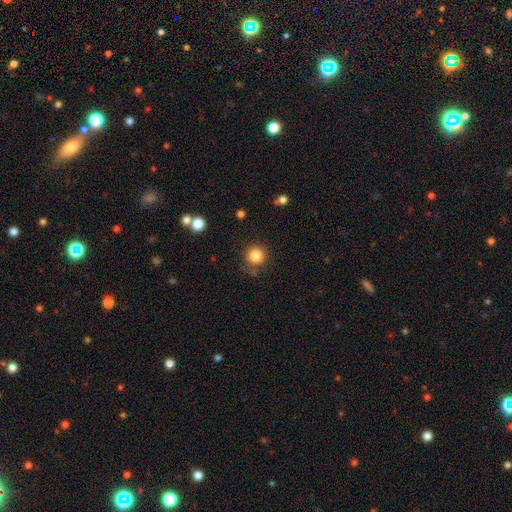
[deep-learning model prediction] Smooth or featured? smooth (83%)
How rounded? round (94%)
Merging? none (81%)